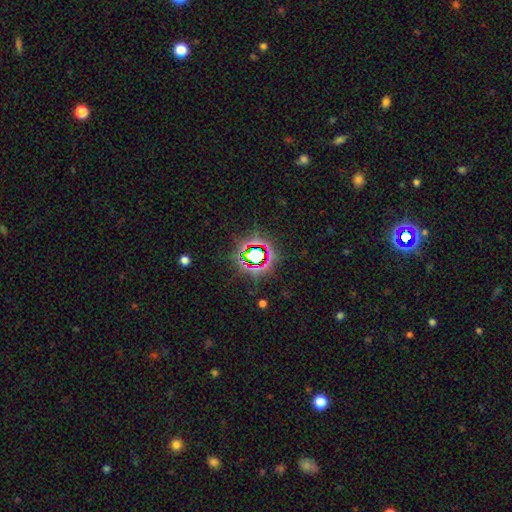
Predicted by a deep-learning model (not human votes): Morphology: type=star or artifact (76%).